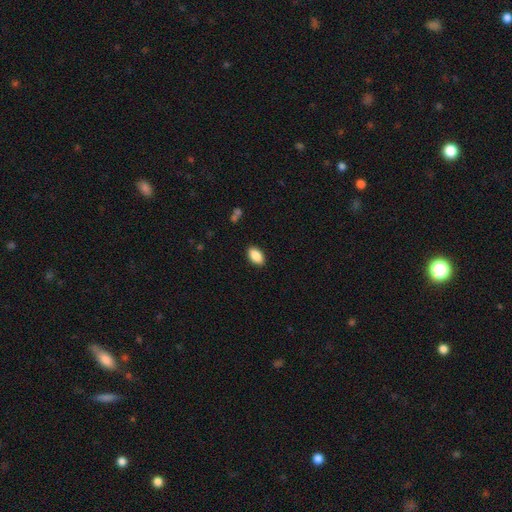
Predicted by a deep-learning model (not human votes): Overall: smooth (88%). How rounded: in between (93%). Merging: none (88%).